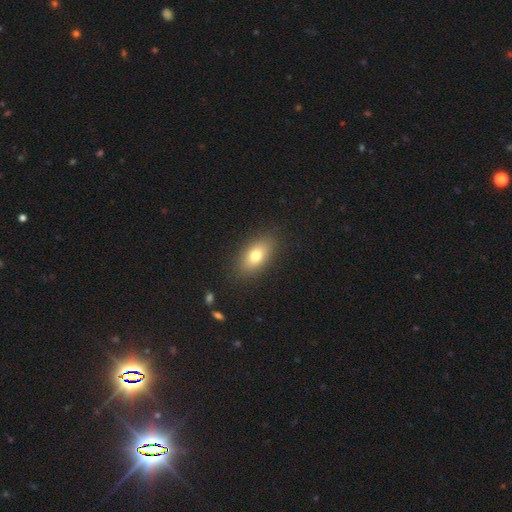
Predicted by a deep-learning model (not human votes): The model was most divided on "smooth or featured": smooth: 75%, featured or disk: 17%, star or artifact: 9%. More confident: merging — none (87%); how rounded — in between (87%).